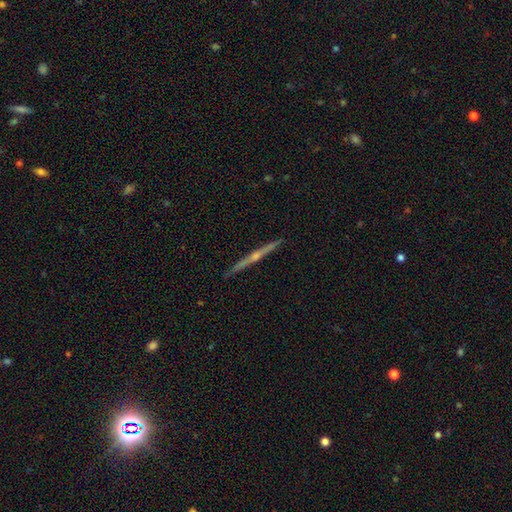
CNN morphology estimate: A featured or disk galaxy (66%) viewed edge-on (95%) with a rounded central bulge (64%). Merging: none (87%).